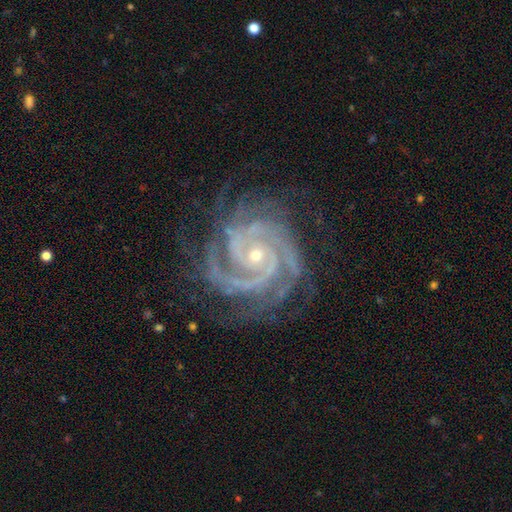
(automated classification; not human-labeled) Smooth or featured? Predicted: featured or disk (p=0.93). Edge-on disk? Predicted: no (p=0.98). Bar? Predicted: no (p=0.68). Spiral arms? Predicted: yes (p=0.99). Spiral winding? Predicted: tight (p=0.77). Spiral arm count? Predicted: 3 (p=0.31). Bulge size? Predicted: small (p=0.68). Merging? Predicted: none (p=0.75).